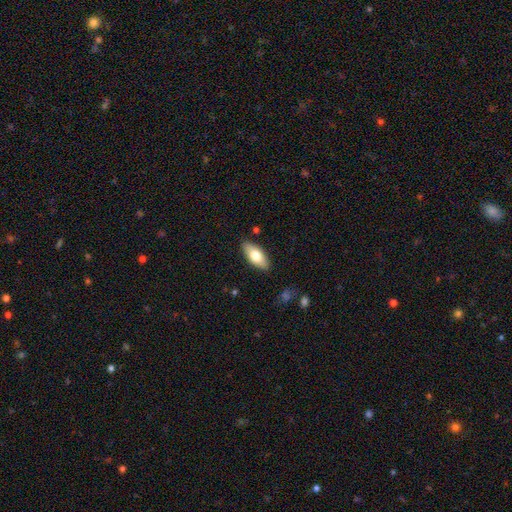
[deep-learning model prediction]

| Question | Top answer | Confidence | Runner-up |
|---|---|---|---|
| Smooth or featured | smooth | 73% | featured or disk (21%) |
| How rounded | in between | 86% | cigar-shaped (12%) |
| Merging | none | 87% | minor disturbance (10%) |